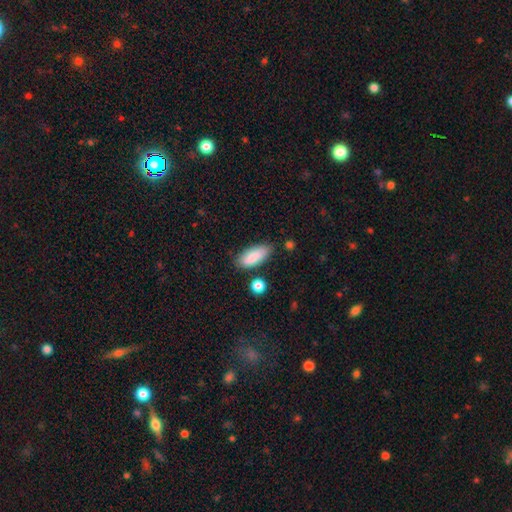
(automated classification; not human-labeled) This appears to be a smooth galaxy with no disk features (87%) that is in between round and cigar-shaped (78%). Merging: none (76%).